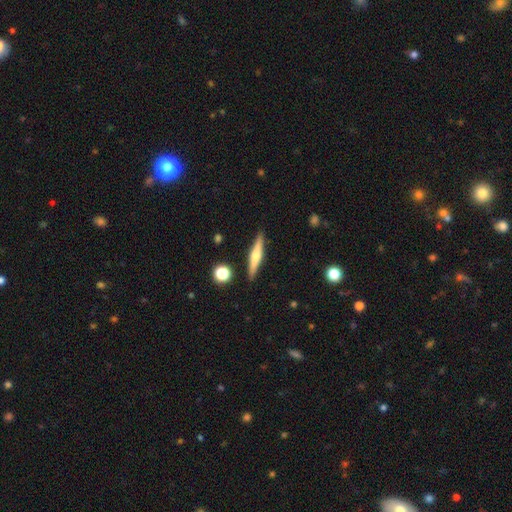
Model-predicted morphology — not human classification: A featured or disk galaxy (58%) viewed edge-on (97%) with a rounded central bulge (84%). Merging: none (89%).